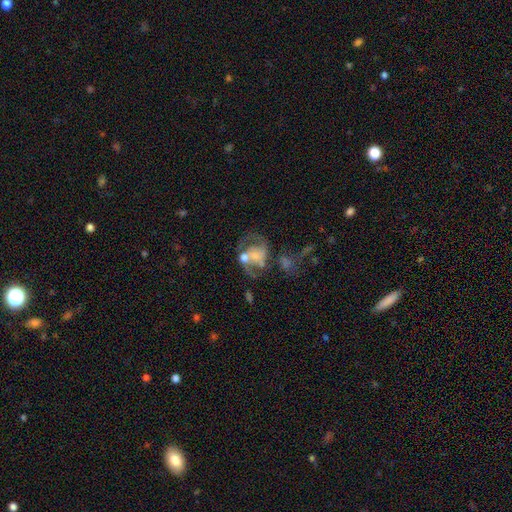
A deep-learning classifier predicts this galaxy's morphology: type=featured or disk (71%); edge-on=no (98%); bar=no (67%); spiral arms=yes (76%); winding=medium (46%); arm count=2 (70%); bulge=small (39%); merging=merger (32%).